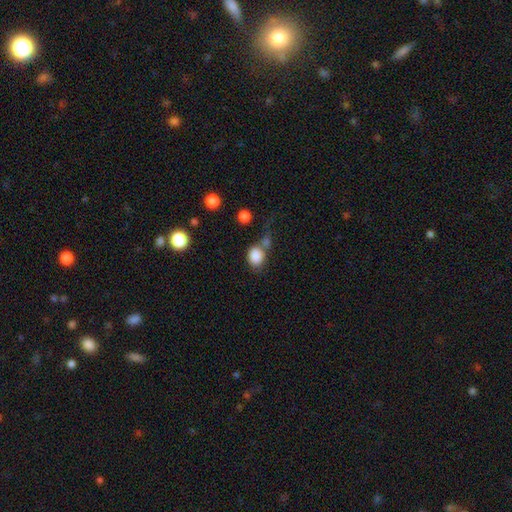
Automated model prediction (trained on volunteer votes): Smooth or featured?
  - smooth: 85% *
  - star or artifact: 9%
  - featured or disk: 6%
How rounded?
  - round: 56% *
  - in between: 43%
  - cigar-shaped: 1%
Merging?
  - none: 48% *
  - merger: 28%
  - minor disturbance: 15%
  - major disturbance: 9%